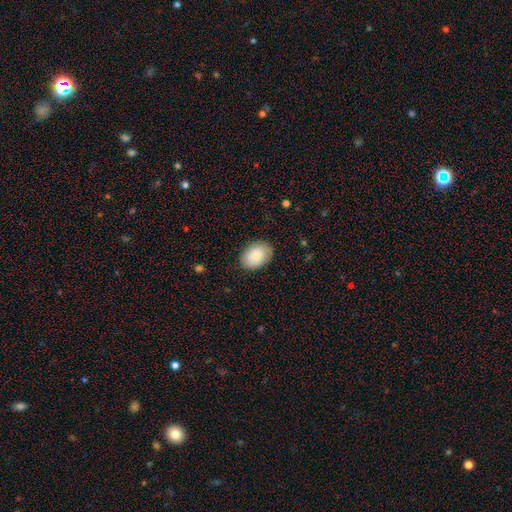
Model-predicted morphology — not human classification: Smooth or featured? smooth (82%)
How rounded? in between (79%)
Merging? none (82%)